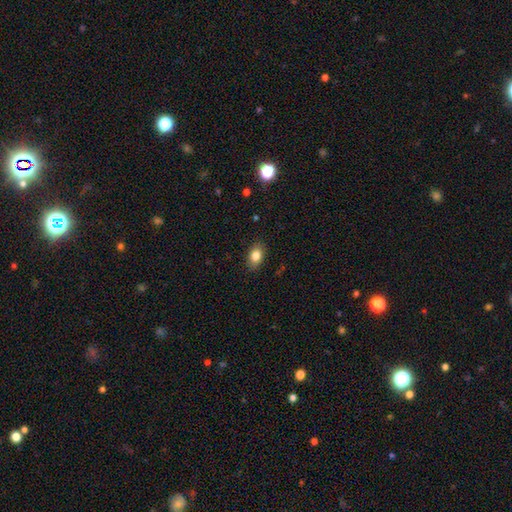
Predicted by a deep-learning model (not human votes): Morphology: type=smooth (82%); roundness=in between (86%); merging=none (88%).